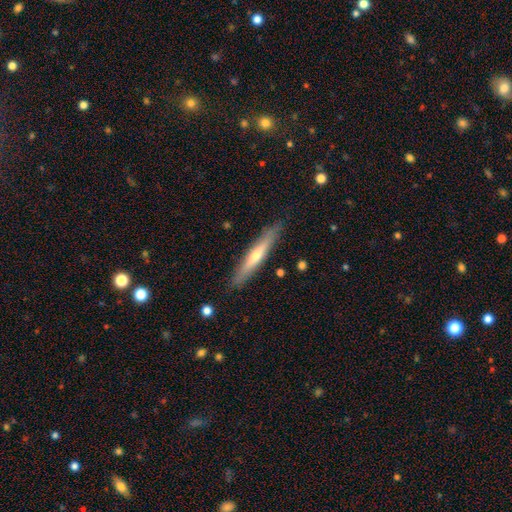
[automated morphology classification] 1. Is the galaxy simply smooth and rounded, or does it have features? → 53% featured or disk, 41% smooth, 6% star or artifact.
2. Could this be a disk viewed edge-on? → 92% yes, 8% no.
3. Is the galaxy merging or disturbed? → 88% none, 9% minor disturbance, 2% major disturbance, 1% merger.